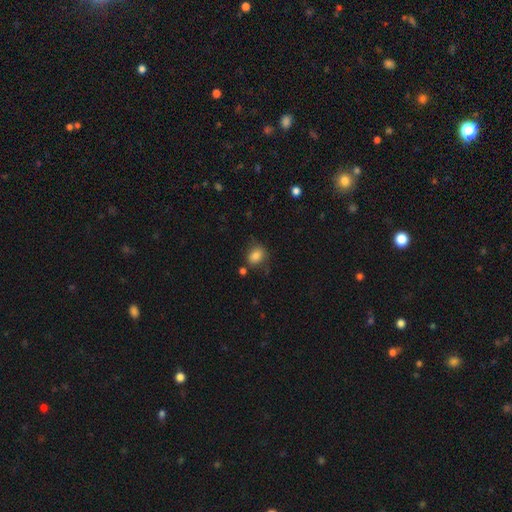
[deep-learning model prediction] The model was most divided on "how rounded": in between: 55%, round: 44%, cigar-shaped: 1%. More confident: smooth or featured — smooth (82%); merging — none (66%).